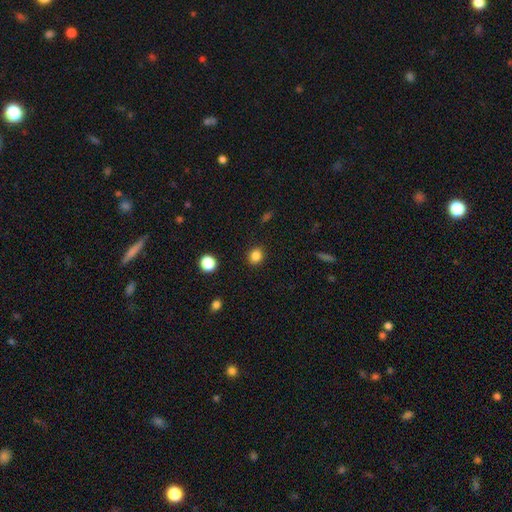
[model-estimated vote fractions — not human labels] A smooth galaxy with no disk features (84%) that is round (77%).

Vote fractions:
- Smooth or featured? smooth: 84% / star or artifact: 12% / featured or disk: 4%
- How rounded? round: 77% / in between: 22% / cigar-shaped: 1%
- Merging? none: 90% / minor disturbance: 7% / major disturbance: 2% / merger: 1%